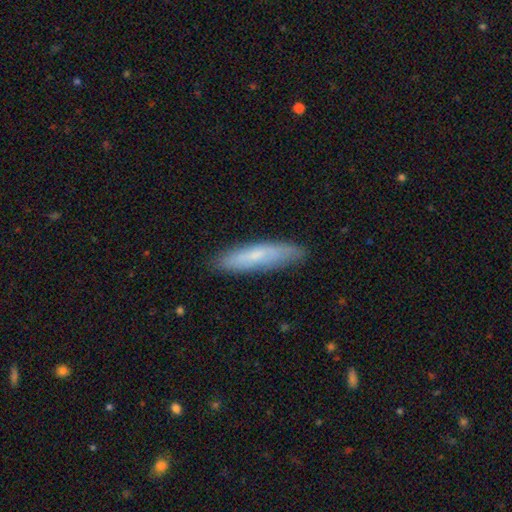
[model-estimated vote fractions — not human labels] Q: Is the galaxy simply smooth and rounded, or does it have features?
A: smooth — 65%.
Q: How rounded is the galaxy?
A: cigar-shaped — 79%.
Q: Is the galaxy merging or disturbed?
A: none — 84%.